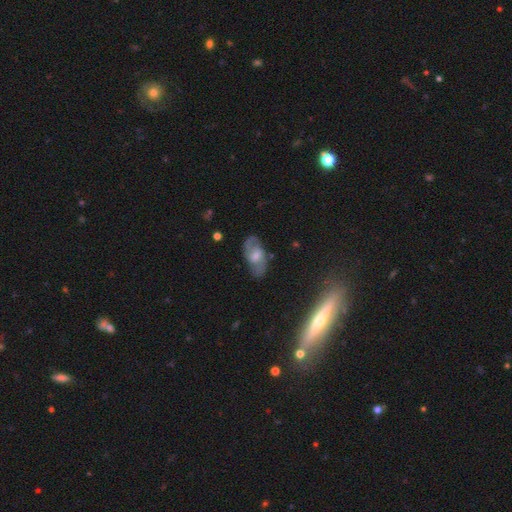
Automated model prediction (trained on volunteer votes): smooth-or-featured: featured or disk: 67% | smooth: 26% | star or artifact: 7%
  disk-edge-on: no: 94% | yes: 6%
    bar: weak: 53% | no: 36% | strong: 12%
    has-spiral-arms: yes: 83% | no: 17%
      spiral-winding: medium: 49% | tight: 27% | loose: 24%
      spiral-arm-count: 2: 76% | can't tell: 14% | 1: 5% | 3: 2% | 4: 1% | more than 4: 1%
    bulge-size: moderate: 53% | small: 30% | large: 9% | none: 6% | dominant: 1%
  merging: none: 74% | minor disturbance: 18% | major disturbance: 7% | merger: 2%